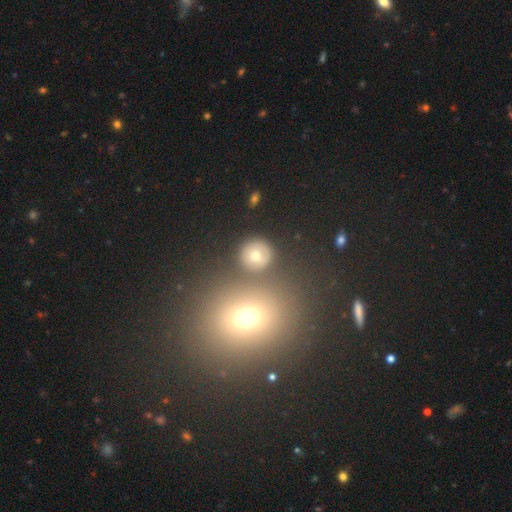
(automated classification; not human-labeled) Q: Smooth or featured?
A: smooth (67%); runner-up: featured or disk (19%)
Q: How rounded?
A: round (90%); runner-up: in between (9%)
Q: Merging?
A: none (80%); runner-up: minor disturbance (9%)